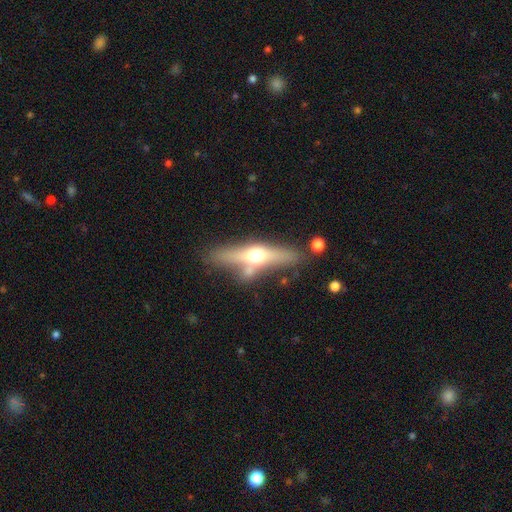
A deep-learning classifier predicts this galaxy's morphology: Smooth or featured? Predicted: featured or disk (p=0.59). Edge-on disk? Predicted: yes (p=0.88). Edge-on bulge? Predicted: rounded (p=0.93). Merging? Predicted: none (p=0.67).